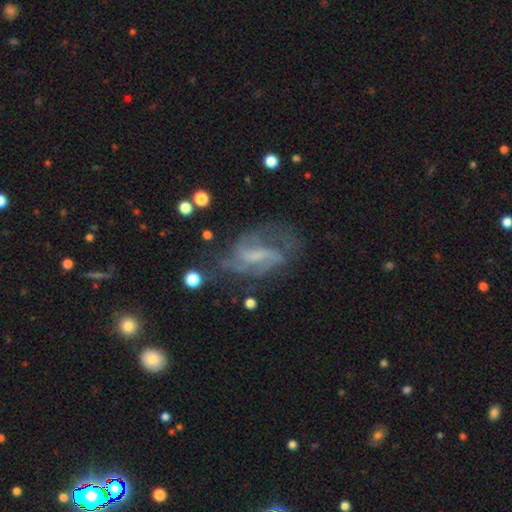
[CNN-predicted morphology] smooth-or-featured: featured or disk: 74% | smooth: 16% | star or artifact: 10%
  disk-edge-on: no: 94% | yes: 6%
    bar: weak: 48% | no: 29% | strong: 23%
    has-spiral-arms: yes: 84% | no: 16%
      spiral-winding: loose: 42% | medium: 41% | tight: 18%
      spiral-arm-count: 2: 50% | can't tell: 23% | 3: 13% | 1: 6% | 4: 4% | more than 4: 3%
    bulge-size: none: 40% | small: 38% | moderate: 18% | large: 3% | dominant: 1%
  merging: none: 51% | major disturbance: 24% | minor disturbance: 21% | merger: 4%